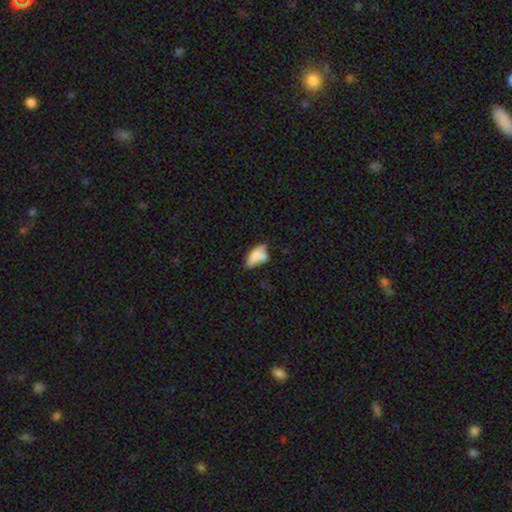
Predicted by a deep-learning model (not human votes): This appears to be a smooth galaxy with no disk features (70%) that is in between round and cigar-shaped (77%). Merging: none (41%).